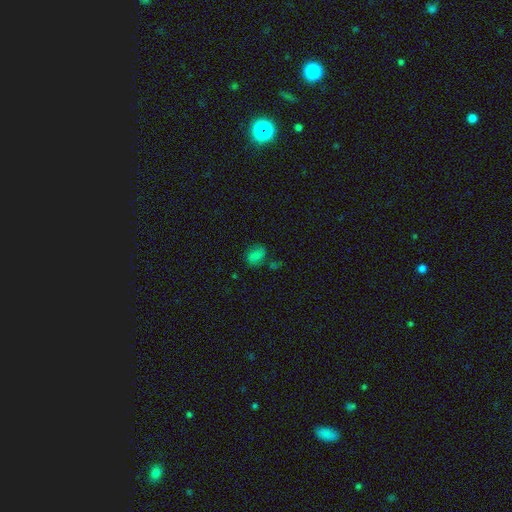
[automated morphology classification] The model was most divided on "merging": none: 55%, minor disturbance: 23%, major disturbance: 11%, merger: 11%. More confident: how rounded — in between (73%); smooth or featured — smooth (66%).